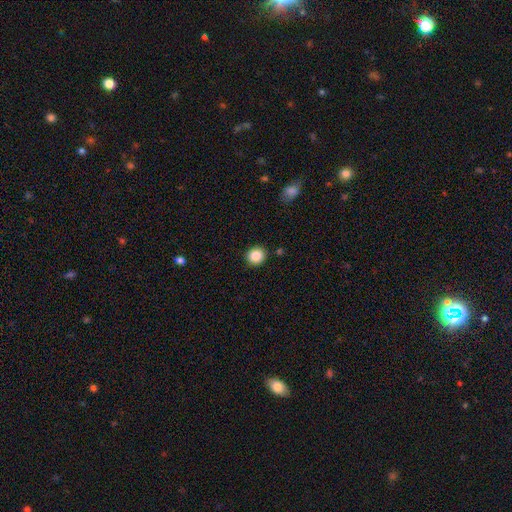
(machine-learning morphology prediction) Smooth or featured? Predicted: smooth (p=0.87). How rounded? Predicted: round (p=0.87). Merging? Predicted: none (p=0.89).